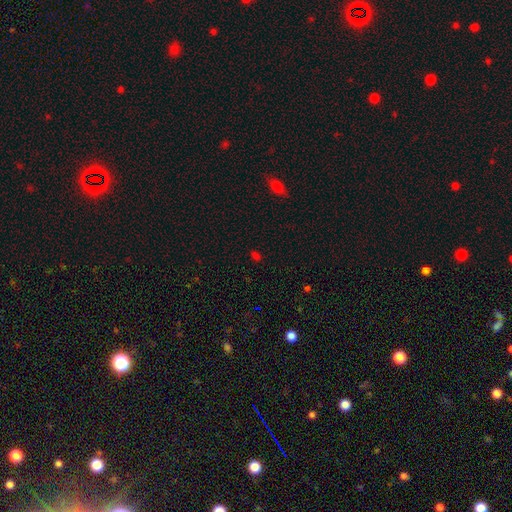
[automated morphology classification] A smooth galaxy with no disk features (51%) that is in between round and cigar-shaped (70%).

Vote fractions:
- Smooth or featured? smooth: 51% / star or artifact: 43% / featured or disk: 6%
- How rounded? in between: 70% / round: 27% / cigar-shaped: 3%
- Merging? none: 80% / minor disturbance: 11% / major disturbance: 4% / merger: 4%